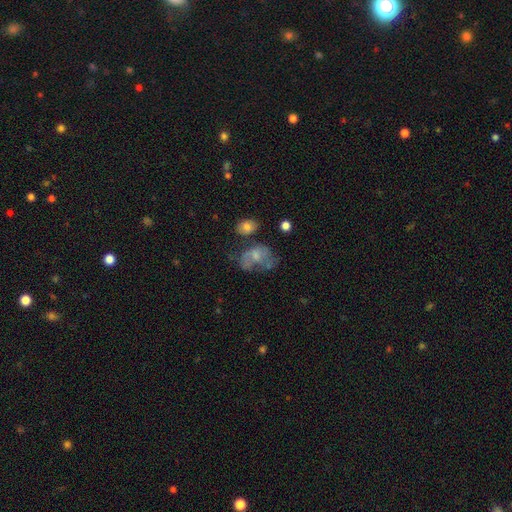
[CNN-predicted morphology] A smooth galaxy with no disk features (48%).

Vote fractions:
- Smooth or featured? smooth: 48% / featured or disk: 40% / star or artifact: 12%
- Merging? major disturbance: 33% / none: 28% / minor disturbance: 24% / merger: 15%